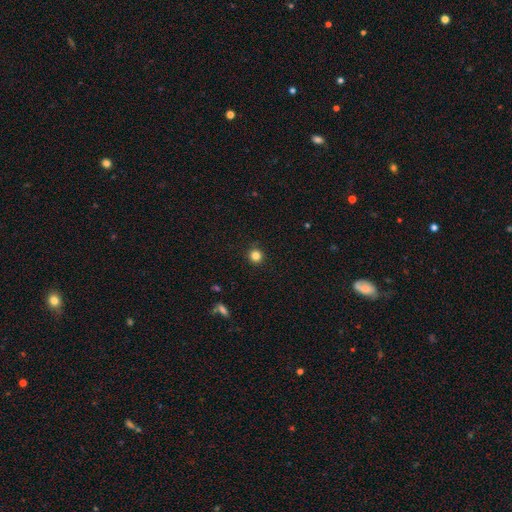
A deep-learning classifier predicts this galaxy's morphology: Smooth or featured? smooth (84%)
How rounded? round (95%)
Merging? none (91%)